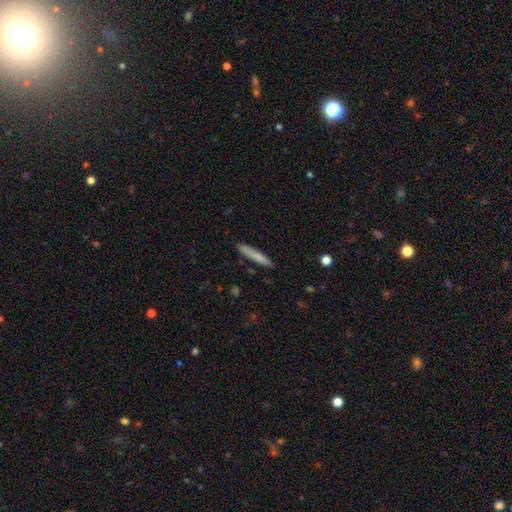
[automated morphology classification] The model was most divided on "smooth or featured": smooth: 77%, featured or disk: 17%, star or artifact: 6%. More confident: how rounded — cigar-shaped (95%); merging — none (89%).